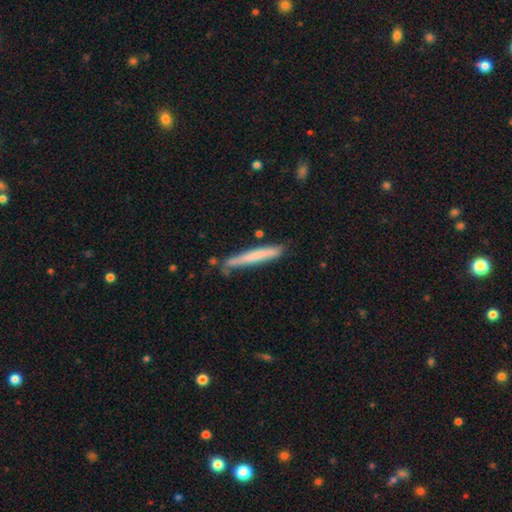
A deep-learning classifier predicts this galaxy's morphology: smooth 63%, featured or disk 31%, star or artifact 6%. Down the decision tree: how rounded — cigar-shaped (96%); merging — none (70%).